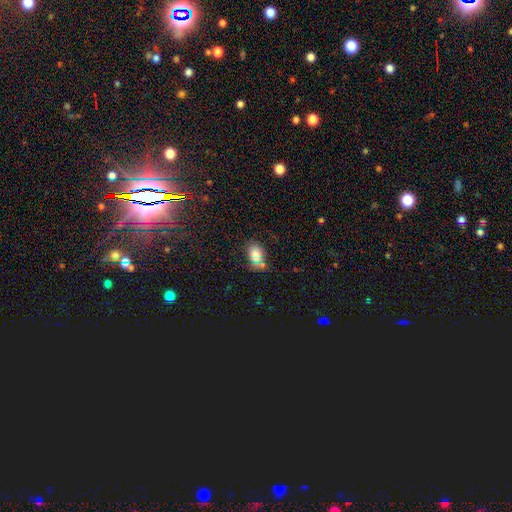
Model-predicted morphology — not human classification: Q: Smooth or featured?
A: smooth (71%); runner-up: star or artifact (20%)
Q: How rounded?
A: in between (71%); runner-up: round (27%)
Q: Merging?
A: none (70%); runner-up: minor disturbance (16%)